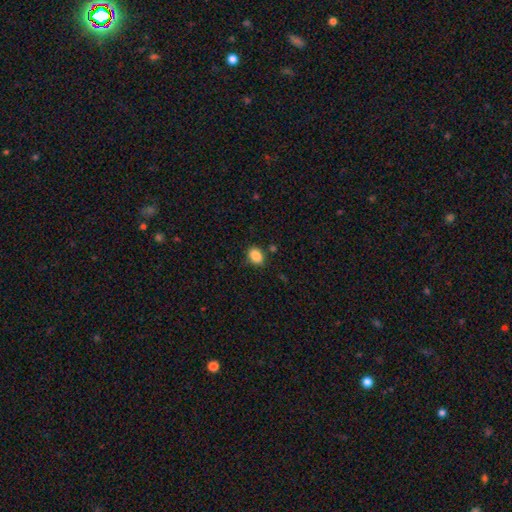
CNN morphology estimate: Smooth or featured?
  - smooth: 87% *
  - star or artifact: 9%
  - featured or disk: 4%
How rounded?
  - in between: 68% *
  - round: 31%
  - cigar-shaped: 1%
Merging?
  - none: 80% *
  - minor disturbance: 13%
  - merger: 3%
  - major disturbance: 3%